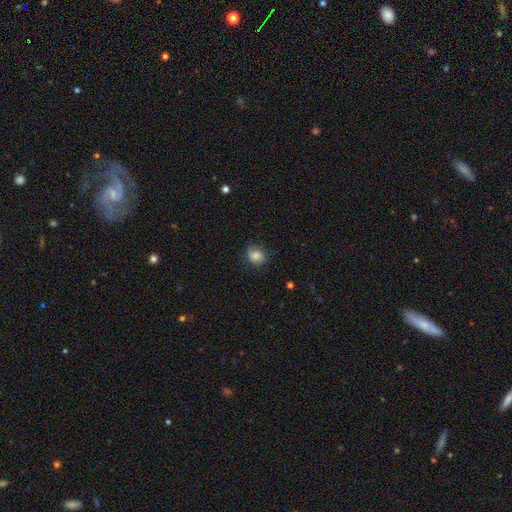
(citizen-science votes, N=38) A smooth galaxy with no disk features (76%) that is in between round and cigar-shaped (52%).

Vote fractions:
- Smooth or featured? smooth: 76% / featured or disk: 16% / star or artifact: 8%
- How rounded? in between: 52% / round: 48% / cigar-shaped: 0%
- Merging? none: 60% / minor disturbance: 31% / major disturbance: 9% / merger: 0%